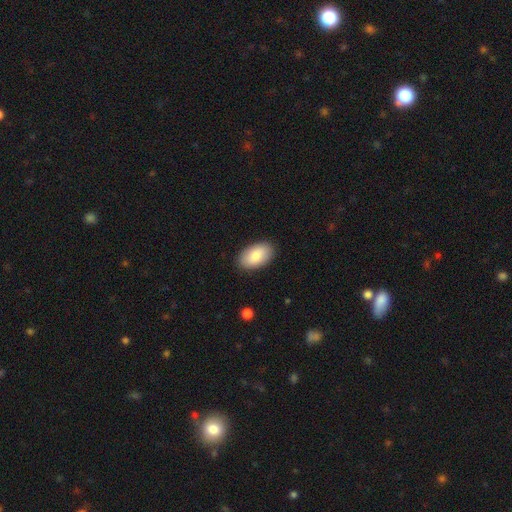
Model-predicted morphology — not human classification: This appears to be a smooth galaxy with no disk features (85%) that is in between round and cigar-shaped (95%). Merging: none (89%).